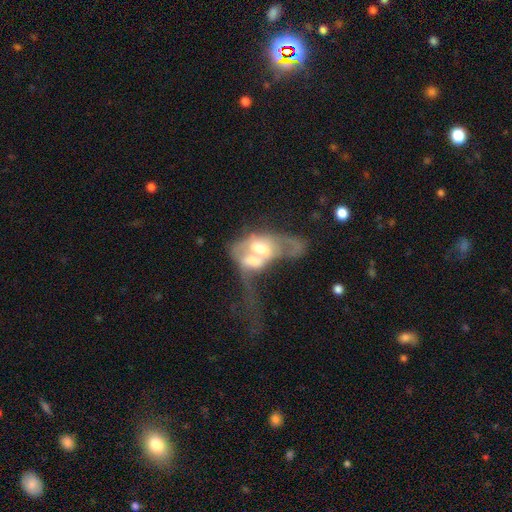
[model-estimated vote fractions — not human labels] Overall: featured or disk (62%; smooth 30%). Edge-on disk: no (90%). Bar: no (62%; weak 27%). Spiral arms: no (56%; yes 44%). Bulge size: moderate (55%; large 23%). Merging: merger (71%).